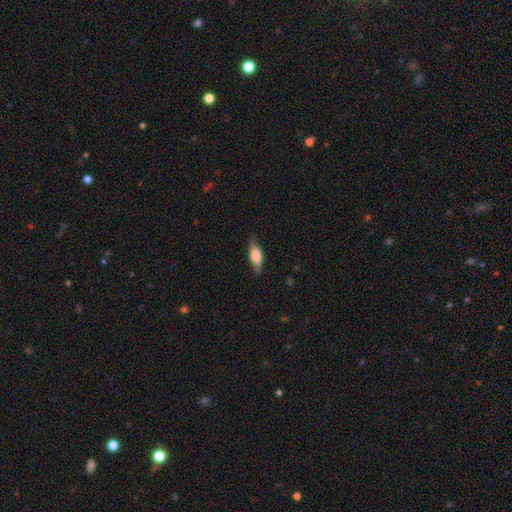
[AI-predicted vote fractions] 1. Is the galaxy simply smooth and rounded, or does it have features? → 61% smooth, 32% featured or disk, 7% star or artifact.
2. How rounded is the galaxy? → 66% in between, 31% cigar-shaped, 4% round.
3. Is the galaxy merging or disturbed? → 78% none, 17% minor disturbance, 4% major disturbance, 1% merger.